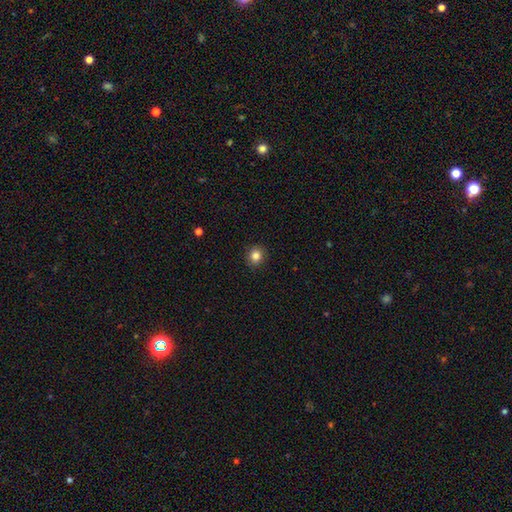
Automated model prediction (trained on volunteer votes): This appears to be a smooth galaxy with no disk features (84%) that is round (83%). Merging: none (91%).